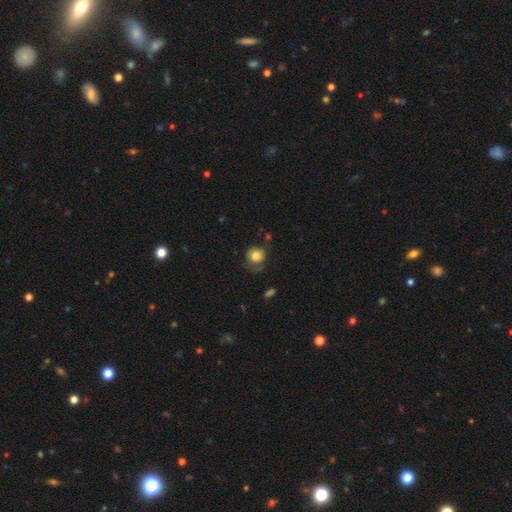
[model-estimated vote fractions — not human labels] Q: Smooth or featured?
A: smooth (77%); runner-up: featured or disk (15%)
Q: How rounded?
A: round (81%); runner-up: in between (18%)
Q: Merging?
A: none (52%); runner-up: minor disturbance (27%)